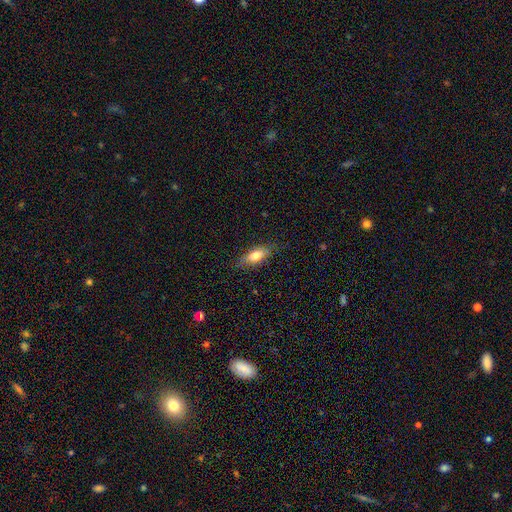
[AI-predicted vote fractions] Smooth or featured? smooth (71%)
How rounded? in between (67%)
Merging? none (82%)